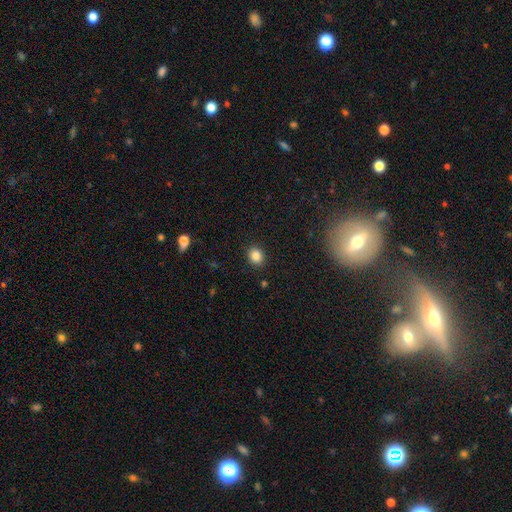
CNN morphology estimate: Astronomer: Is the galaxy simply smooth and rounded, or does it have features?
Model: smooth — 85%.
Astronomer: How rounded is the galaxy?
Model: round — 67%.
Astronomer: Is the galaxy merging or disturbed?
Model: none — 90%.